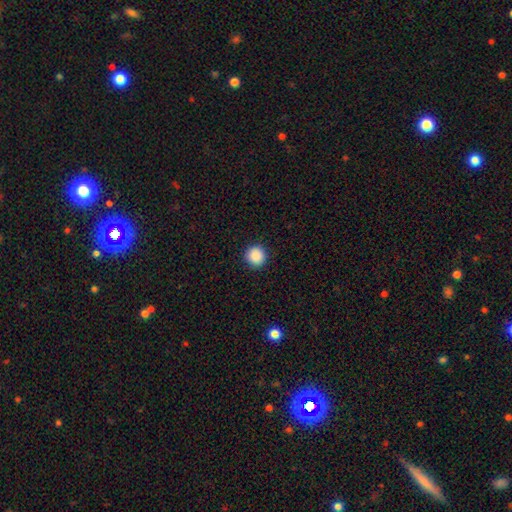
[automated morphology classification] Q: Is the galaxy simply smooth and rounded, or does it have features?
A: smooth — 89%.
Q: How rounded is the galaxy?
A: round — 95%.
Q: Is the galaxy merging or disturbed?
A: none — 92%.